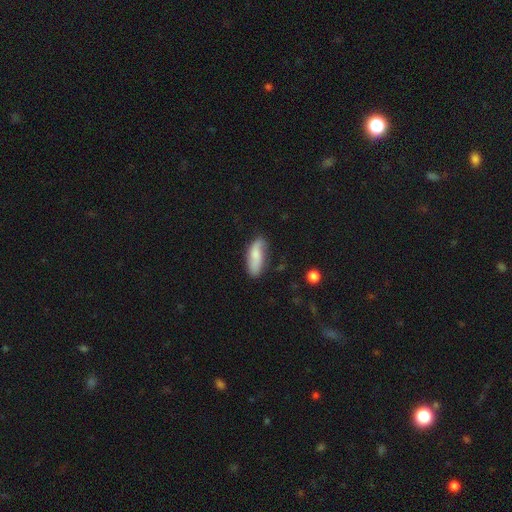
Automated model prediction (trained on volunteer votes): smooth 68%, featured or disk 26%, star or artifact 6%. Down the decision tree: how rounded — in between (70%); merging — none (67%).